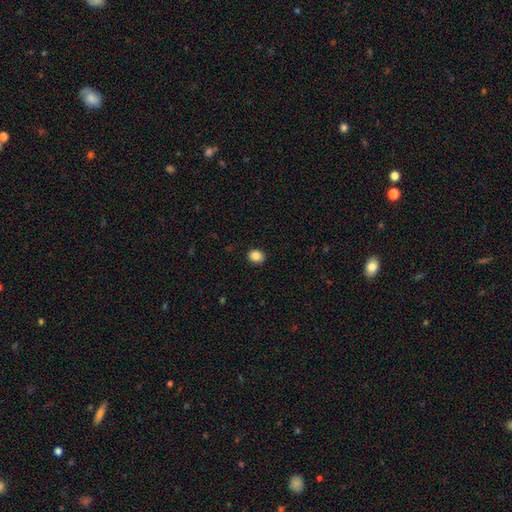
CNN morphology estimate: Overall: smooth (86%). How rounded: round (57%; in between 42%). Merging: none (90%).